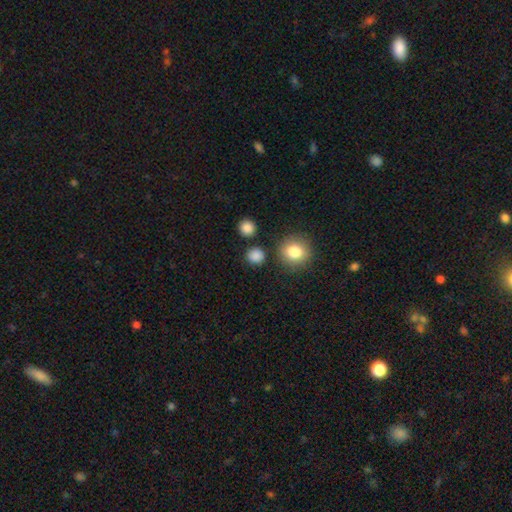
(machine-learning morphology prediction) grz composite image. It shows a smooth galaxy with no disk features (84%) that is round (90%). Merging: none (84%).